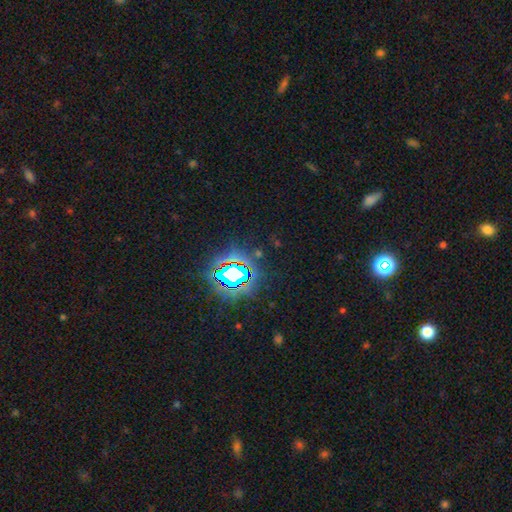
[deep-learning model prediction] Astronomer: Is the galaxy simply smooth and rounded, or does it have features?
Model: star or artifact — 78%.